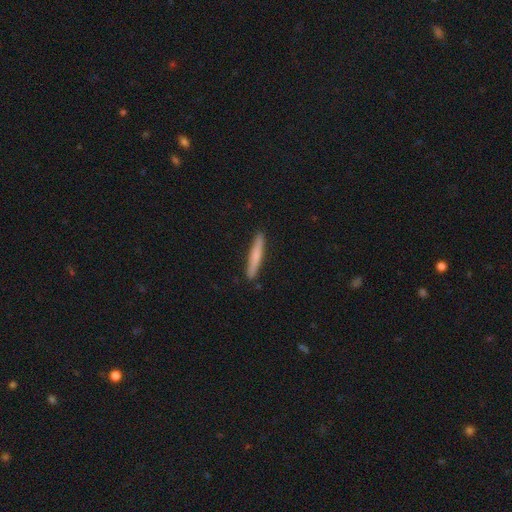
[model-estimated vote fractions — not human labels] Q: Smooth or featured?
A: smooth (68%); runner-up: featured or disk (27%)
Q: How rounded?
A: cigar-shaped (95%); runner-up: in between (3%)
Q: Merging?
A: none (91%); runner-up: minor disturbance (7%)